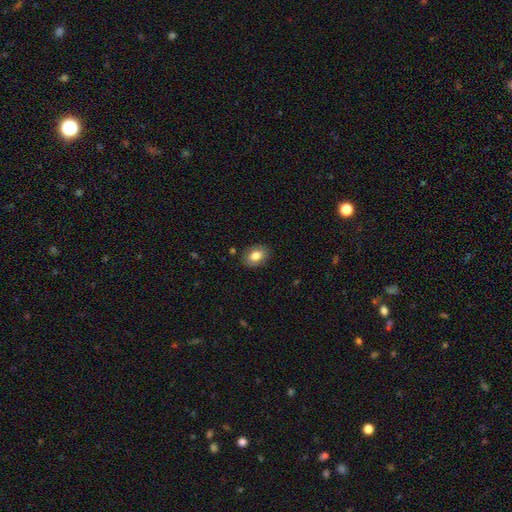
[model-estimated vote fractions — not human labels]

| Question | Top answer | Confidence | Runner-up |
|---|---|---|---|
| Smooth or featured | smooth | 80% | featured or disk (12%) |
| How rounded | in between | 78% | round (21%) |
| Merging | none | 85% | minor disturbance (11%) |